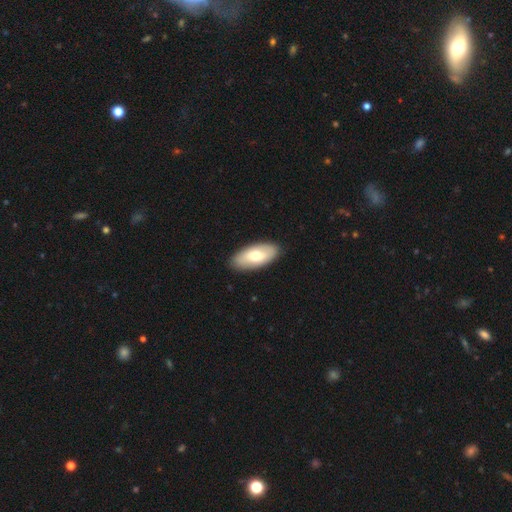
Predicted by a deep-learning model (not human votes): Smooth or featured?
  - smooth: 66% *
  - featured or disk: 29%
  - star or artifact: 5%
How rounded?
  - in between: 91% *
  - cigar-shaped: 6%
  - round: 2%
Merging?
  - none: 89% *
  - minor disturbance: 8%
  - major disturbance: 2%
  - merger: 1%